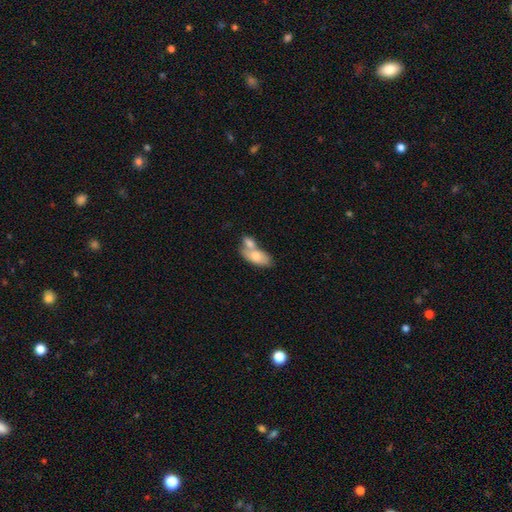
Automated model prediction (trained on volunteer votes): Overall: smooth (73%). How rounded: in between (89%). Merging: merger (60%; none 26%).